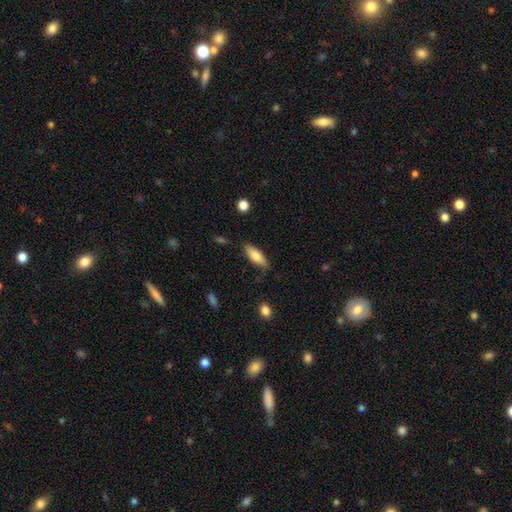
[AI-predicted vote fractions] The model was most divided on "how rounded": in between: 64%, cigar-shaped: 35%, round: 2%. More confident: smooth or featured — smooth (77%); merging — none (77%).